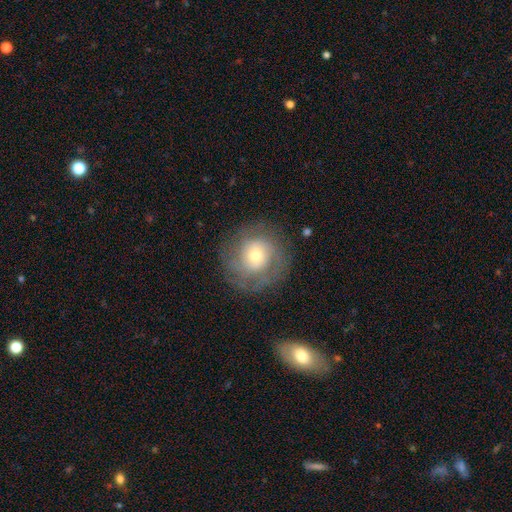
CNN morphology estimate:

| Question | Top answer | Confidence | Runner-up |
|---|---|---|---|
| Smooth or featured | featured or disk | 54% | smooth (36%) |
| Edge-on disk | no | 96% | yes (4%) |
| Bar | no | 77% | weak (19%) |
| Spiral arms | yes | 73% | no (27%) |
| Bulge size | moderate | 53% | small (36%) |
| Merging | none | 78% | minor disturbance (13%) |